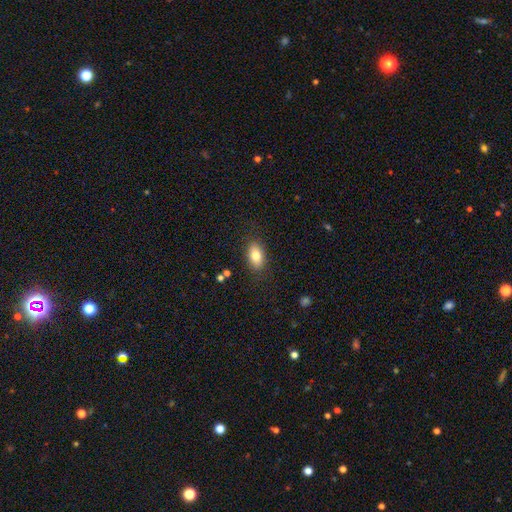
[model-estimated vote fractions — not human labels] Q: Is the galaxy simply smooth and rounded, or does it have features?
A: smooth — 81%.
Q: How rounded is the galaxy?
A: in between — 89%.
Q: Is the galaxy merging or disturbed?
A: none — 85%.